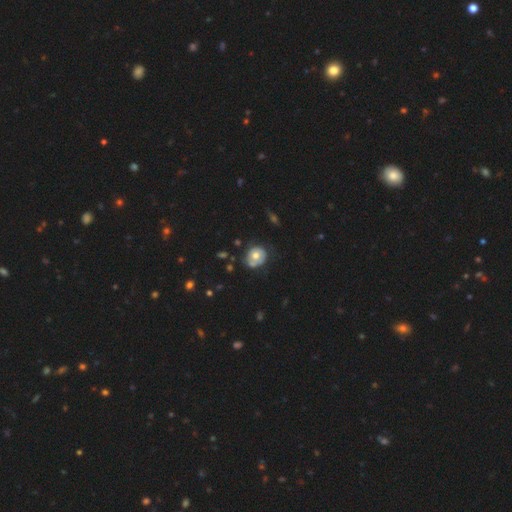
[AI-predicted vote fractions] Smooth or featured?
  - smooth: 54% *
  - featured or disk: 38%
  - star or artifact: 8%
How rounded?
  - round: 72% *
  - in between: 27%
  - cigar-shaped: 1%
Merging?
  - none: 56% *
  - minor disturbance: 29%
  - major disturbance: 11%
  - merger: 5%